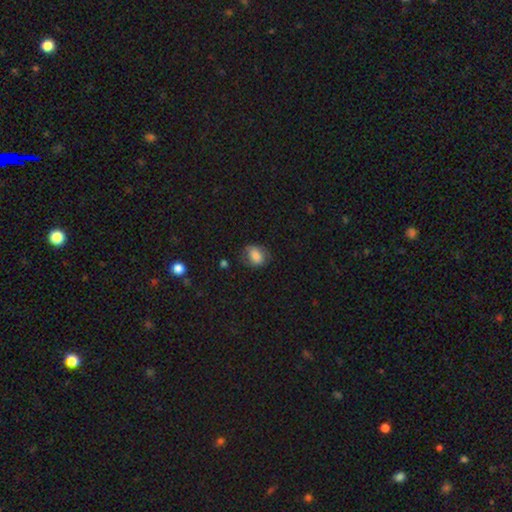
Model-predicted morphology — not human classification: smooth-or-featured: smooth: 75% | featured or disk: 16% | star or artifact: 9%
  how-rounded: in between: 62% | round: 37% | cigar-shaped: 1%
  merging: none: 63% | minor disturbance: 24% | major disturbance: 11% | merger: 2%